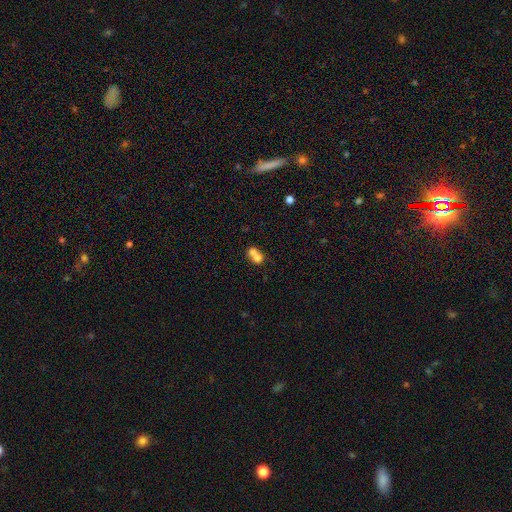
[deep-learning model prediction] A smooth galaxy with no disk features (70%) that is round (71%). Merging: merger (71%).